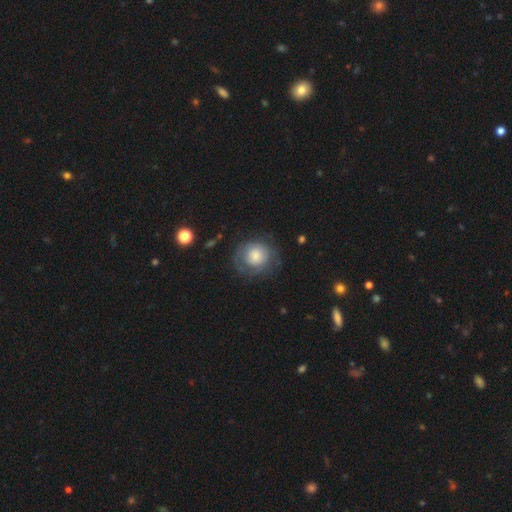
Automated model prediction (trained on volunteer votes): A smooth galaxy with no disk features (61%) that is round (84%). Merging: none (67%).